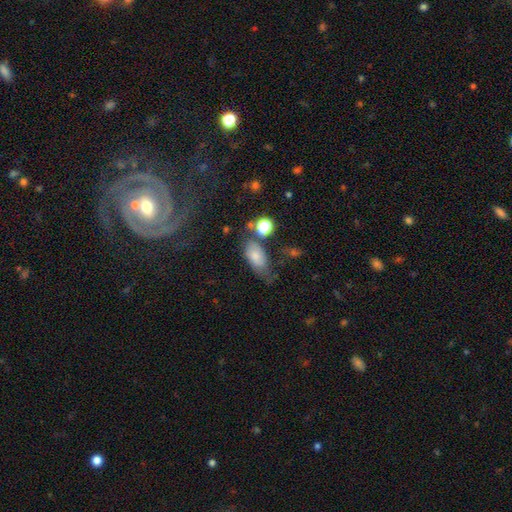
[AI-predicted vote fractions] This is likely a smooth galaxy (70%). How rounded: clearly in between (87%). Merging: possibly none (47%).